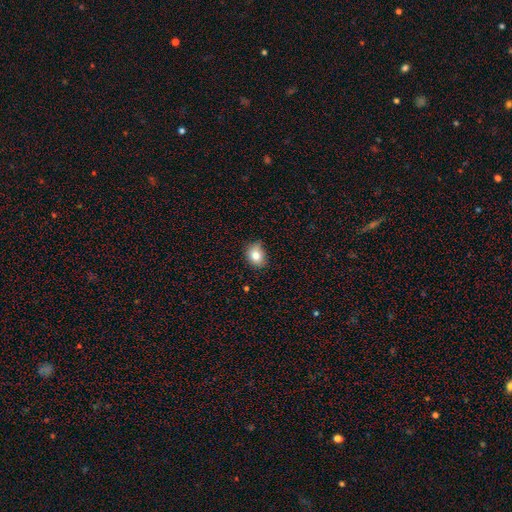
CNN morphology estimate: type=smooth (81%); roundness=in between (51%); merging=none (71%).